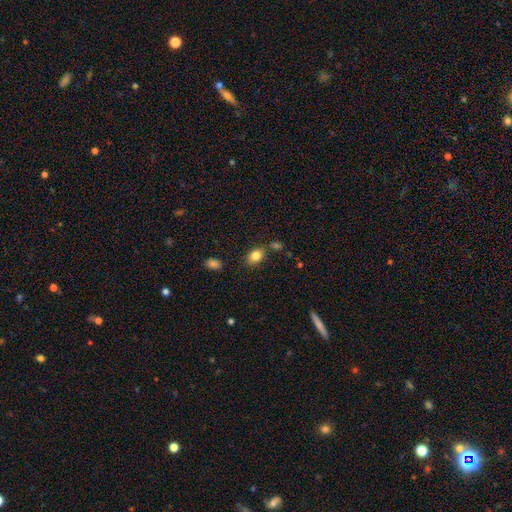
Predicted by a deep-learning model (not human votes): A smooth galaxy with no disk features (83%) that is in between round and cigar-shaped (69%).

Vote fractions:
- Smooth or featured? smooth: 83% / star or artifact: 10% / featured or disk: 7%
- How rounded? in between: 69% / round: 30% / cigar-shaped: 1%
- Merging? none: 74% / minor disturbance: 15% / merger: 8% / major disturbance: 4%